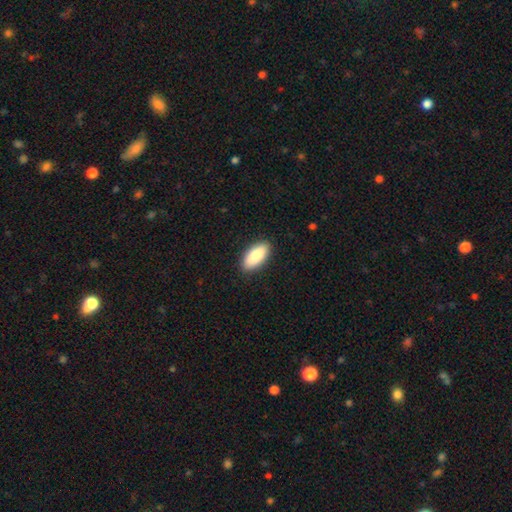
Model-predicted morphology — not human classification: Q: Smooth or featured?
A: smooth (86%); runner-up: featured or disk (8%)
Q: How rounded?
A: in between (89%); runner-up: cigar-shaped (9%)
Q: Merging?
A: none (89%); runner-up: minor disturbance (8%)